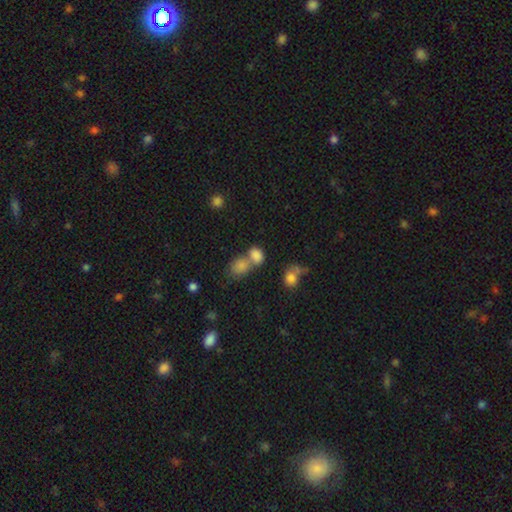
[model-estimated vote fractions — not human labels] A smooth galaxy with no disk features (80%) that is in between round and cigar-shaped (70%). Merging: merger (53%).